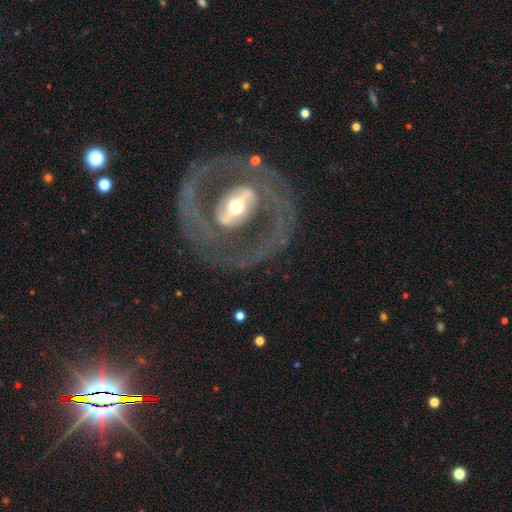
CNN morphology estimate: A featured or disk galaxy (83%) with a strong bar (49%), spiral arms (62%) and a moderate central bulge (53%).

Vote fractions:
- Smooth or featured? featured or disk: 83% / smooth: 9% / star or artifact: 7%
- Edge-on disk? no: 94% / yes: 6%
- Bar? strong: 49% / weak: 27% / no: 25%
- Spiral arms? yes: 62% / no: 38%
- Bulge size? moderate: 53% / small: 36% / large: 8% / dominant: 2% / none: 1%
- Merging? none: 77% / minor disturbance: 11% / major disturbance: 10% / merger: 2%